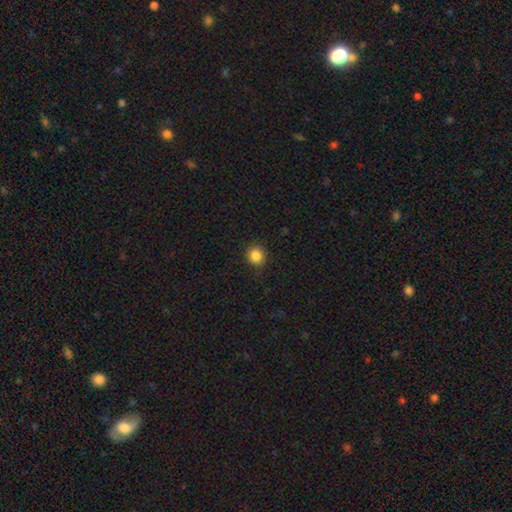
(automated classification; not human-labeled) smooth 85%, star or artifact 11%, featured or disk 4%. Down the decision tree: how rounded — round (88%); merging — none (89%).